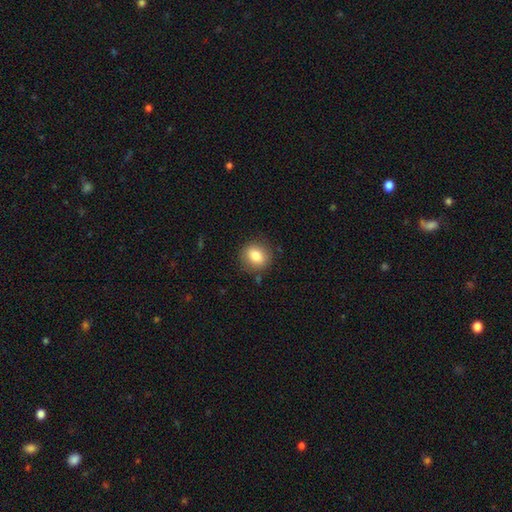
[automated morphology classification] smooth-or-featured: smooth: 81% | featured or disk: 10% | star or artifact: 9%
  how-rounded: round: 70% | in between: 29% | cigar-shaped: 1%
  merging: none: 85% | minor disturbance: 10% | major disturbance: 3% | merger: 2%